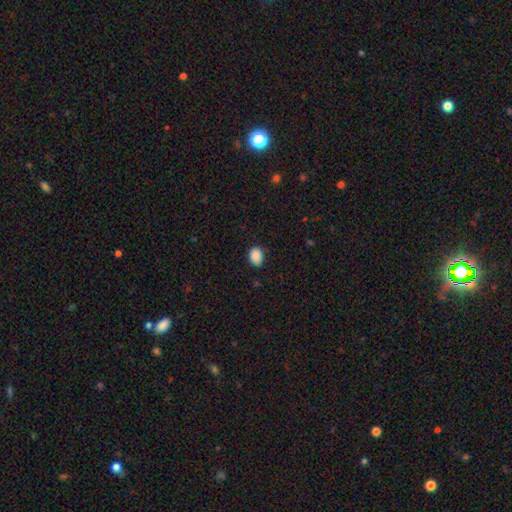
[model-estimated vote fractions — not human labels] Smooth or featured?
  - smooth: 89% *
  - star or artifact: 8%
  - featured or disk: 3%
How rounded?
  - in between: 70% *
  - round: 29%
  - cigar-shaped: 1%
Merging?
  - none: 84% *
  - minor disturbance: 13%
  - major disturbance: 3%
  - merger: 1%